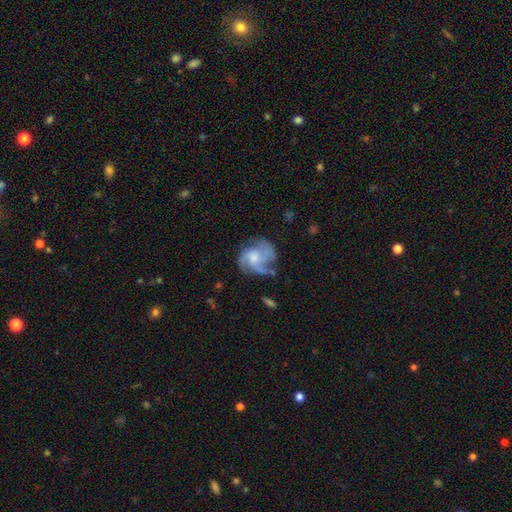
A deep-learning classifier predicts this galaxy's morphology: This appears to be a featured or disk galaxy (79%) with no bar (69%), 3 (51%) medium (49%) spiral arms (94%) and a moderate central bulge (50%). Merging: none (65%).